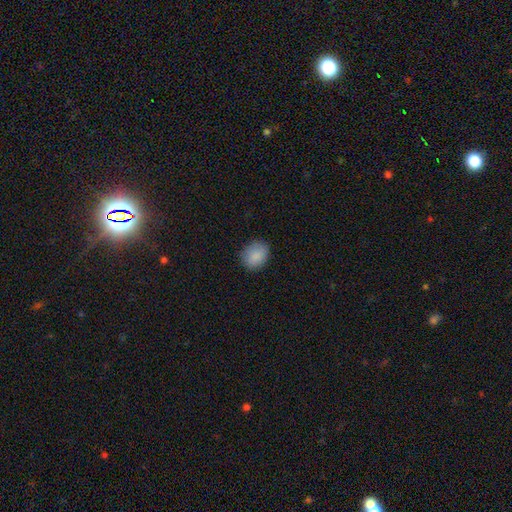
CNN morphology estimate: A smooth galaxy with no disk features (88%) that is in between round and cigar-shaped (63%). Merging: none (83%).